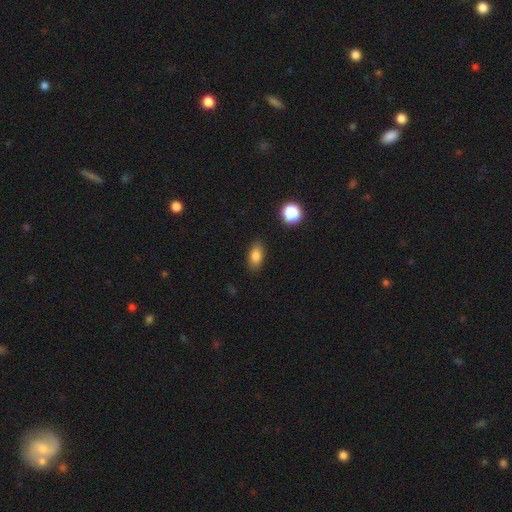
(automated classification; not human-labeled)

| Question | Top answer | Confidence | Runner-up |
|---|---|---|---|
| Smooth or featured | smooth | 83% | star or artifact (10%) |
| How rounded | in between | 87% | round (7%) |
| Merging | none | 87% | minor disturbance (9%) |